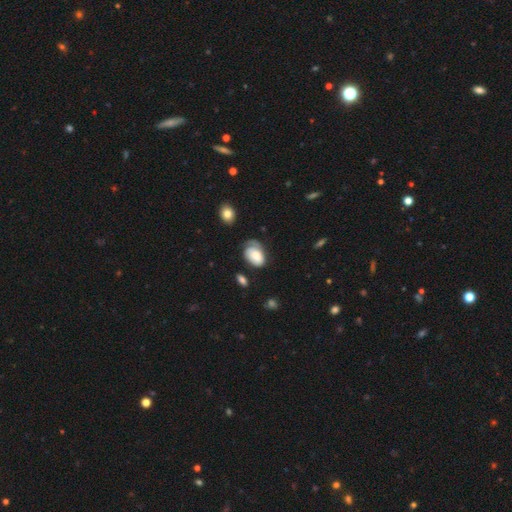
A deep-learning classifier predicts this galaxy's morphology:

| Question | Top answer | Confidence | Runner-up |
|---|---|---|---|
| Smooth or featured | smooth | 55% | featured or disk (38%) |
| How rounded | in between | 85% | round (14%) |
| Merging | none | 40% | minor disturbance (33%) |